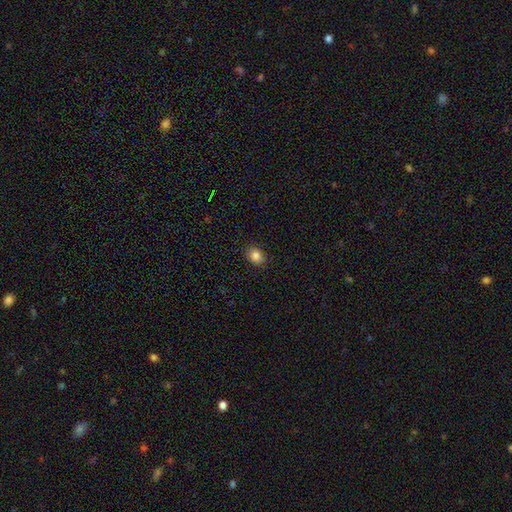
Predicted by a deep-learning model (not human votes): This appears to be a smooth galaxy with no disk features (84%) that is round (54%). Merging: none (88%).